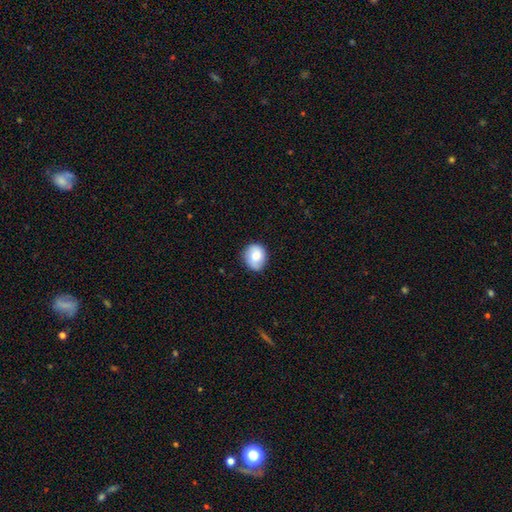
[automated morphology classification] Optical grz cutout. It shows a smooth galaxy with no disk features (76%) that is round (69%). Merging: none (82%).